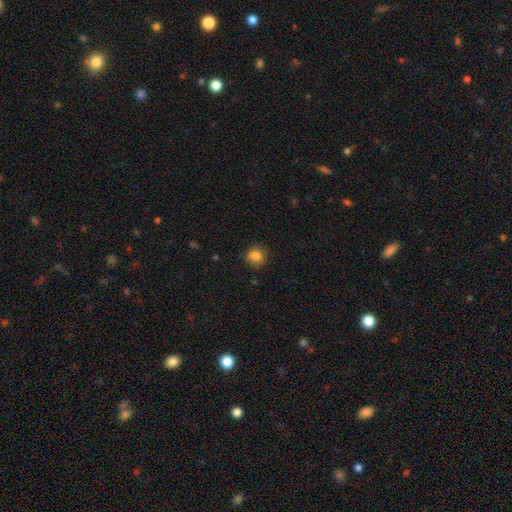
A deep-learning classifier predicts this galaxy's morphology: A smooth galaxy with no disk features (83%) that is round (86%). Merging: none (80%).